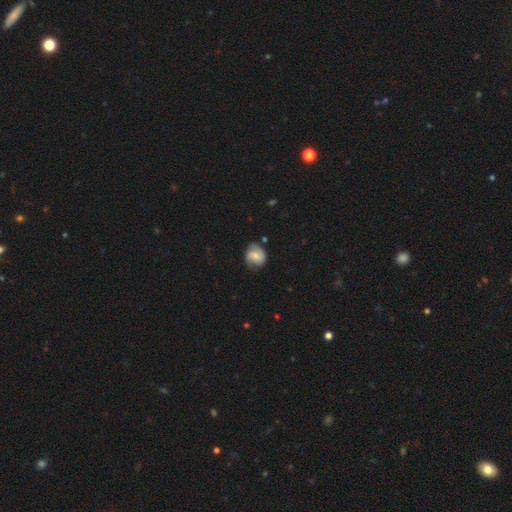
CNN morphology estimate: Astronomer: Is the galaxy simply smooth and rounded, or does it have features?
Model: smooth — 50% (runner-up: featured or disk, 42%).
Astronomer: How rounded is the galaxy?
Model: round — 70%.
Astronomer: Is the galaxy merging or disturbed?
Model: none — 68%.